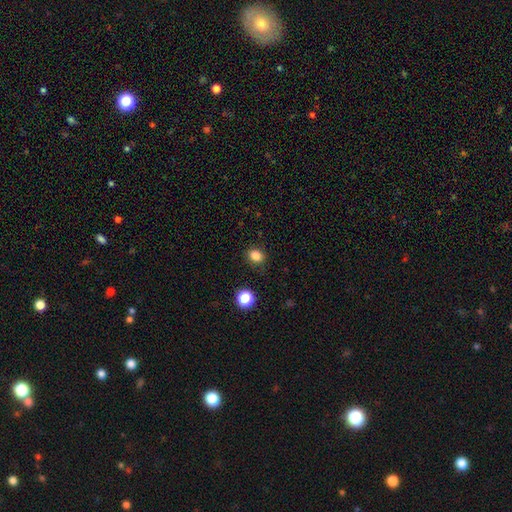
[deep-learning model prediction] smooth_or_featured: smooth (p=0.83) [alt: star or artifact p=0.13]
how_rounded: round (p=0.55) [alt: in between p=0.44]
merging: none (p=0.85) [alt: minor disturbance p=0.11]